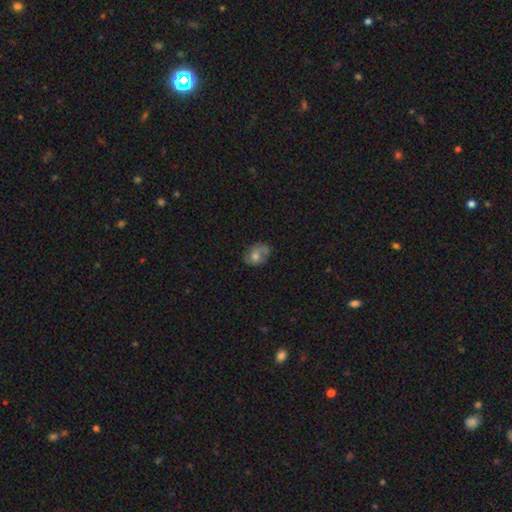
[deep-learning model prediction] A smooth galaxy with no disk features (46%).

Vote fractions:
- Smooth or featured? smooth: 46% / featured or disk: 41% / star or artifact: 13%
- Merging? none: 58% / minor disturbance: 26% / major disturbance: 13% / merger: 4%